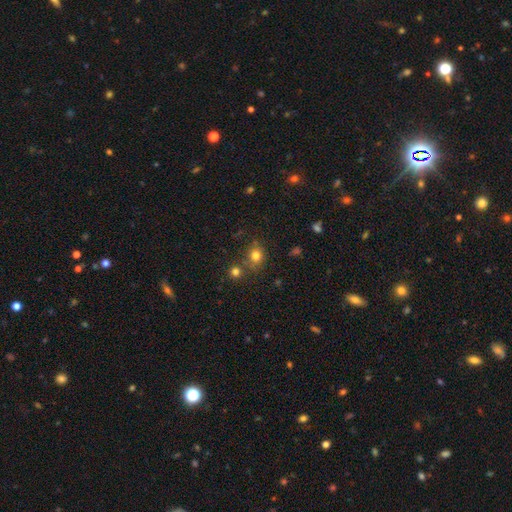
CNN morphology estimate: This is likely a smooth galaxy (78%). How rounded: likely round (66%). Merging: likely none (67%).